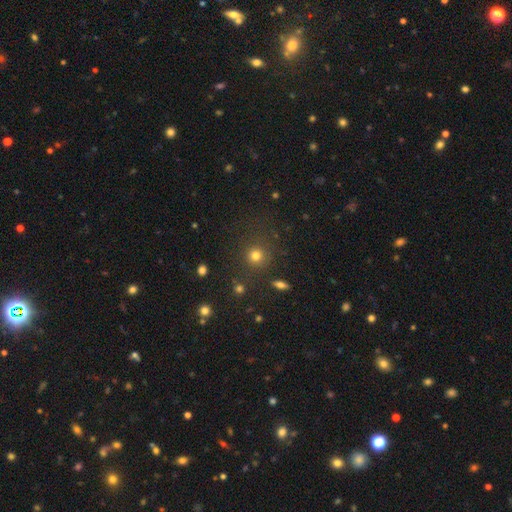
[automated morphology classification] type=smooth (76%); roundness=round (91%); merging=none (82%).